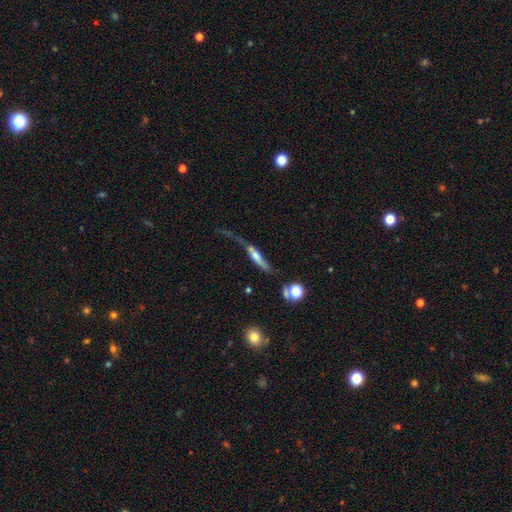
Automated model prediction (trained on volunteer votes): Overall: featured or disk (49%; smooth 40%). Merging: major disturbance (37%; none 26%).